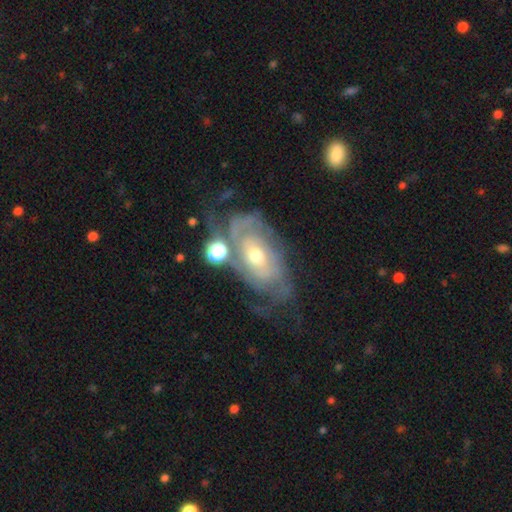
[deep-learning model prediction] smooth_or_featured: featured or disk (p=0.84) [alt: smooth p=0.10]
disk_edge_on: no (p=0.94) [alt: yes p=0.06]
bar: no (p=0.67) [alt: weak p=0.25]
has_spiral_arms: yes (p=0.91) [alt: no p=0.09]
spiral_winding: tight (p=0.65) [alt: medium p=0.26]
spiral_arm_count: can't tell (p=0.43) [alt: 2 p=0.27]
bulge_size: moderate (p=0.53) [alt: small p=0.43]
merging: none (p=0.54) [alt: minor disturbance p=0.22]